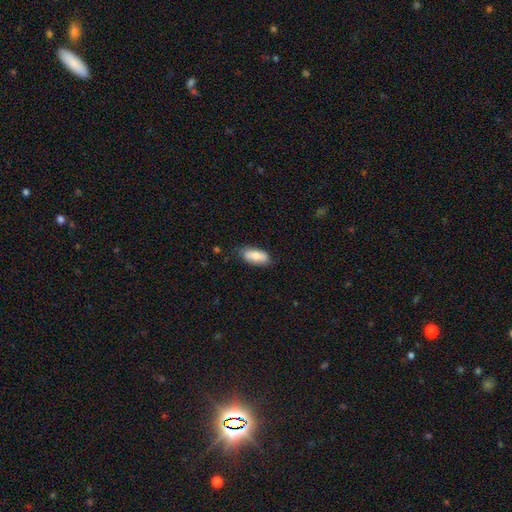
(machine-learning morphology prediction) Q: Smooth or featured?
A: smooth (74%); runner-up: featured or disk (20%)
Q: How rounded?
A: in between (88%); runner-up: cigar-shaped (10%)
Q: Merging?
A: none (72%); runner-up: minor disturbance (22%)